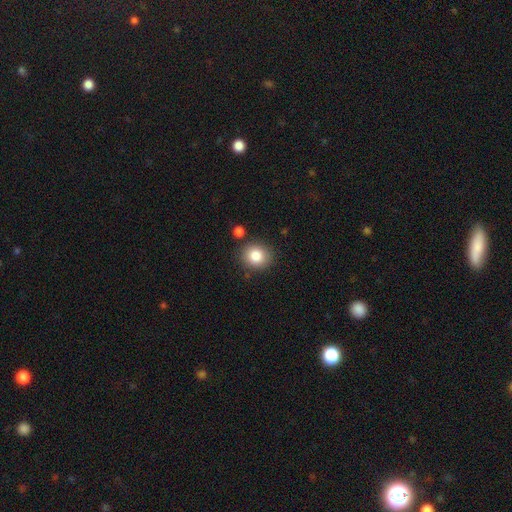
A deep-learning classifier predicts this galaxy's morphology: This appears to be a smooth galaxy with no disk features (84%) that is round (80%). Merging: none (83%).